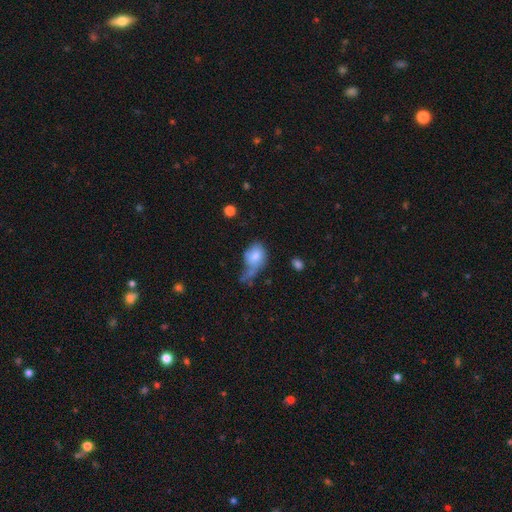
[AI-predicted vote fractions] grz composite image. It shows a smooth galaxy with no disk features (74%) that is in between round and cigar-shaped (65%). Merging: none (27%, tied with major disturbance).